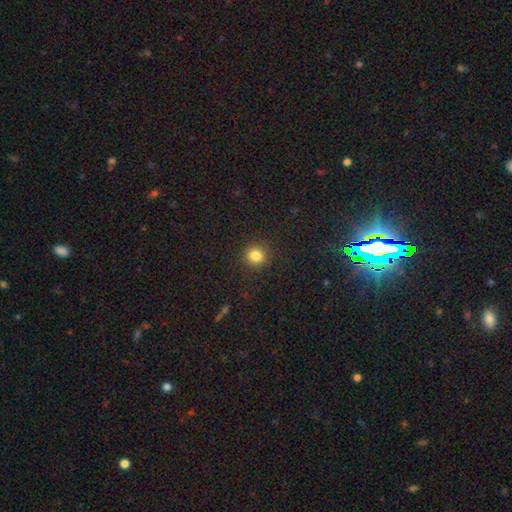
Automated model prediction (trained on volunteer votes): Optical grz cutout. It shows a smooth galaxy with no disk features (83%) that is round (90%). Merging: none (91%).